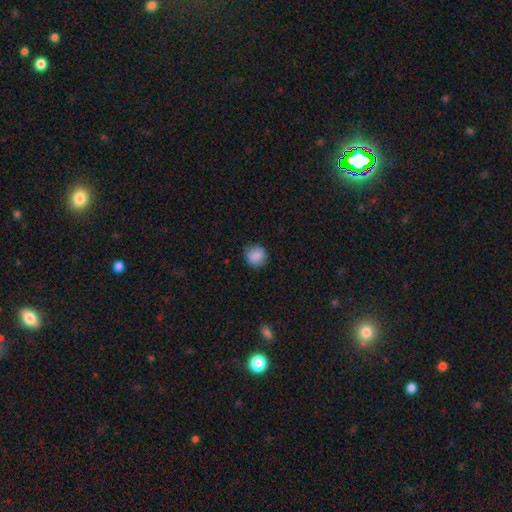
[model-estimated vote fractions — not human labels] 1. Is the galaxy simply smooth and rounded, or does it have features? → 87% smooth, 8% star or artifact, 4% featured or disk.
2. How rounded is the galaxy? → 85% round, 14% in between, 1% cigar-shaped.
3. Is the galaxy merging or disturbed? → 82% none, 13% minor disturbance, 3% major disturbance, 1% merger.